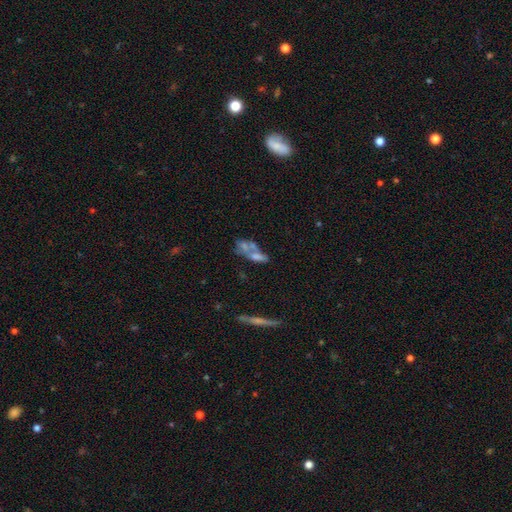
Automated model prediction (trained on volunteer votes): smooth 44% (tied), featured or disk 44% (tied), star or artifact 12%. Down the decision tree: merging — merger (52%).